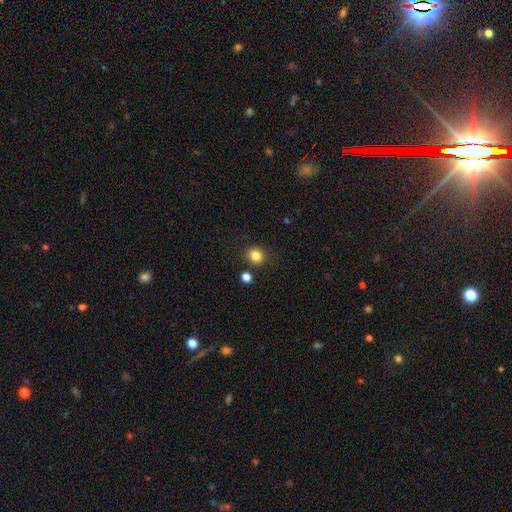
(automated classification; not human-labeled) smooth 83%, star or artifact 12%, featured or disk 5%. Down the decision tree: how rounded — round (85%); merging — none (85%).